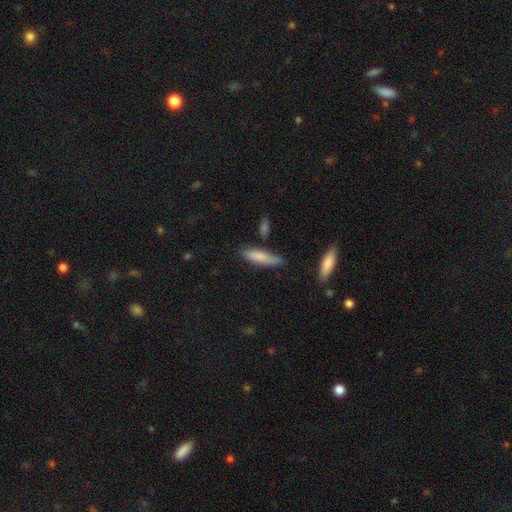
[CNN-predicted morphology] Smooth or featured: smooth — 75% (featured or disk — 17%)
How rounded: cigar-shaped — 71% (in between — 27%)
Merging: none — 71% (minor disturbance — 20%)